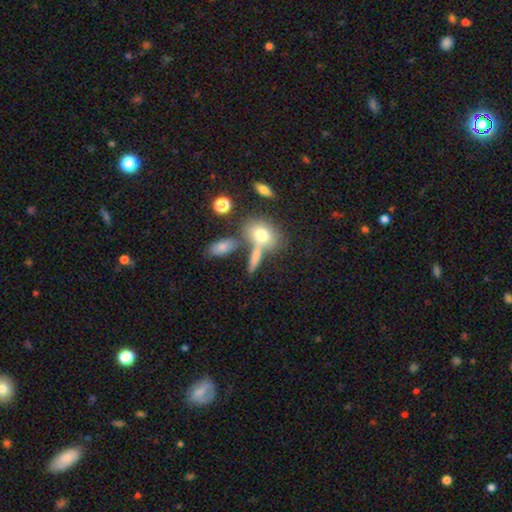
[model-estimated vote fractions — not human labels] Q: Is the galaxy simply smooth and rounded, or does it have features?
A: smooth — 70%.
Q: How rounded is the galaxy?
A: in between — 54%.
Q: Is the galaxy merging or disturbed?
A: none — 50%.